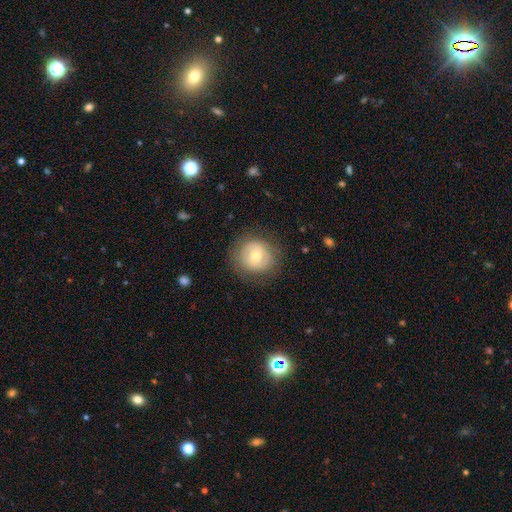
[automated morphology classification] The model was most divided on "smooth or featured": smooth: 60%, featured or disk: 32%, star or artifact: 8%. More confident: how rounded — round (89%); merging — none (79%).